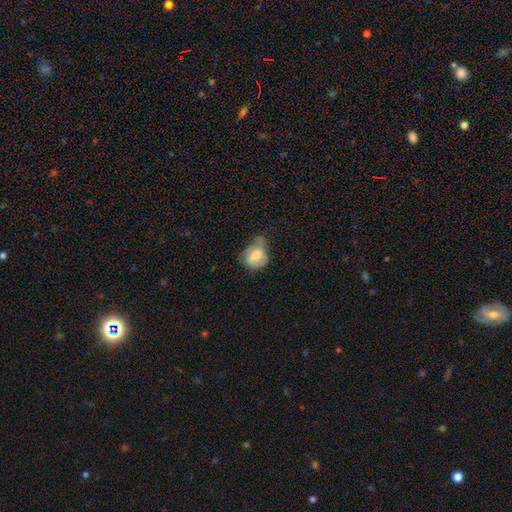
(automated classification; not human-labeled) Overall: smooth (64%; featured or disk 27%). How rounded: in between (67%; round 32%). Merging: minor disturbance (38%; none 30%).